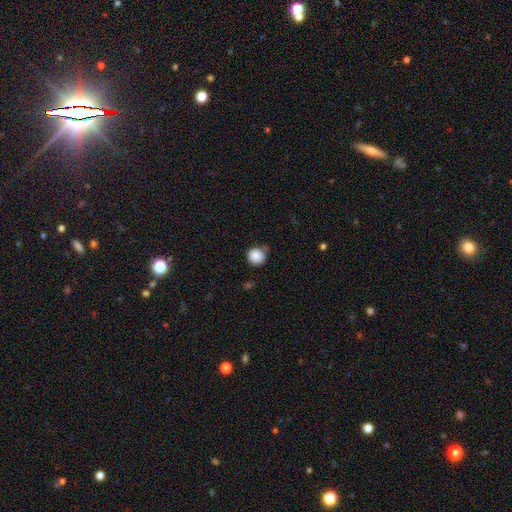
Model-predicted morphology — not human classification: Smooth or featured?
  - smooth: 88% *
  - star or artifact: 9%
  - featured or disk: 3%
How rounded?
  - round: 94% *
  - in between: 5%
  - cigar-shaped: 1%
Merging?
  - none: 73% *
  - minor disturbance: 19%
  - major disturbance: 4%
  - merger: 3%